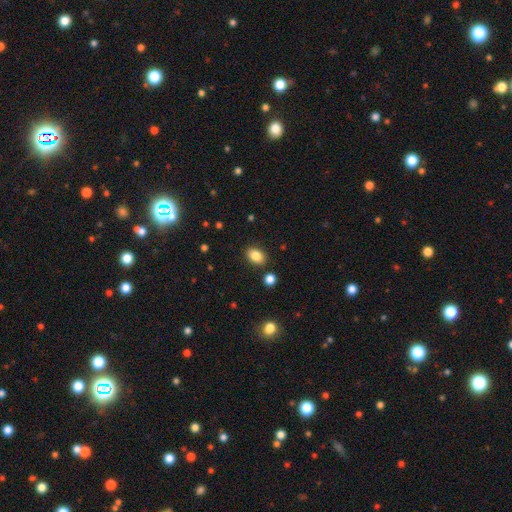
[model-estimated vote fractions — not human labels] A smooth galaxy with no disk features (85%) that is in between round and cigar-shaped (80%). Merging: none (86%).